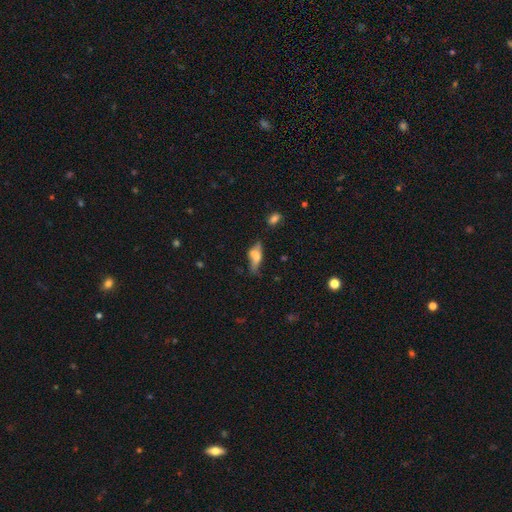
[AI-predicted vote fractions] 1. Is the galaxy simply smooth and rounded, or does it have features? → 55% smooth, 34% featured or disk, 10% star or artifact.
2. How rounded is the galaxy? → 58% in between, 38% cigar-shaped, 4% round.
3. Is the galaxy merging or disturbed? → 43% none, 27% minor disturbance, 16% major disturbance, 14% merger.